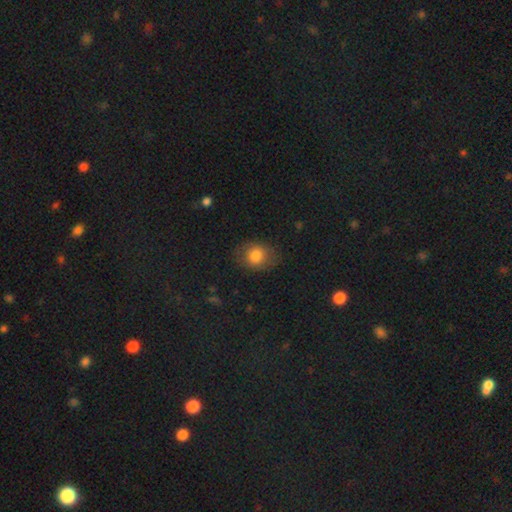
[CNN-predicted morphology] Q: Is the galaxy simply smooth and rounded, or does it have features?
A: smooth — 78%.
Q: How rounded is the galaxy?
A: in between — 51%.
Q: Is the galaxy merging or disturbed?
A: none — 75%.